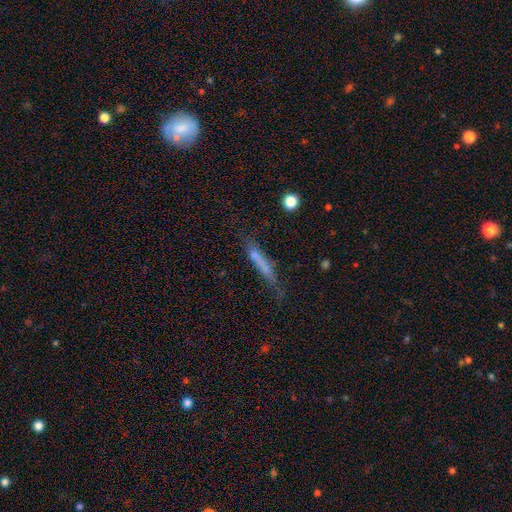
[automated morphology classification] Smooth or featured? Predicted: smooth (p=0.55). How rounded? Predicted: cigar-shaped (p=0.91). Merging? Predicted: none (p=0.60).